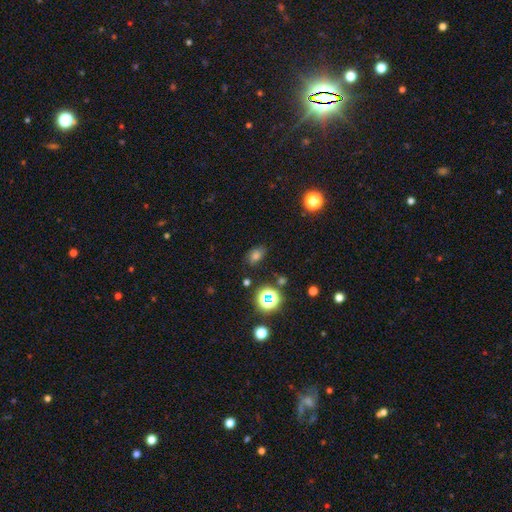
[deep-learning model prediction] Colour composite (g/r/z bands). It shows a smooth galaxy with no disk features (67%) that is in between round and cigar-shaped (78%). Merging: none (76%).